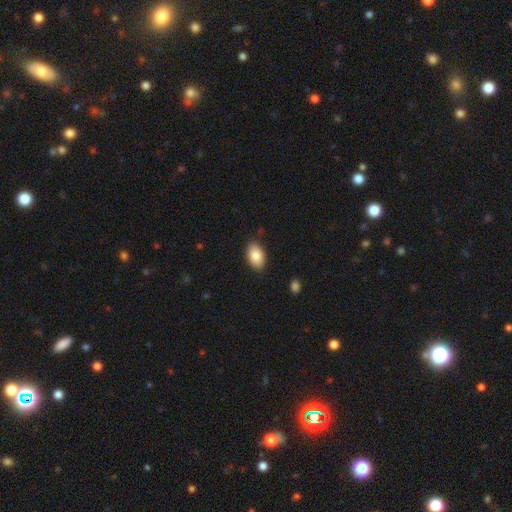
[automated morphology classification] This is clearly a smooth galaxy (85%). How rounded: clearly in between (93%). Merging: clearly none (86%).